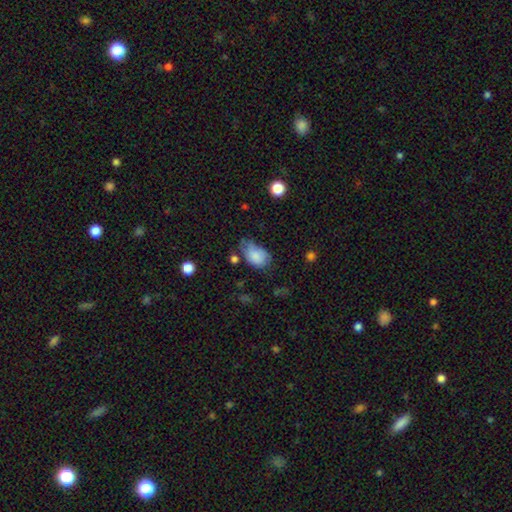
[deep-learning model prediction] Smooth or featured: smooth — 78% (featured or disk — 14%)
How rounded: in between — 85% (round — 14%)
Merging: minor disturbance — 40% (none — 35%)